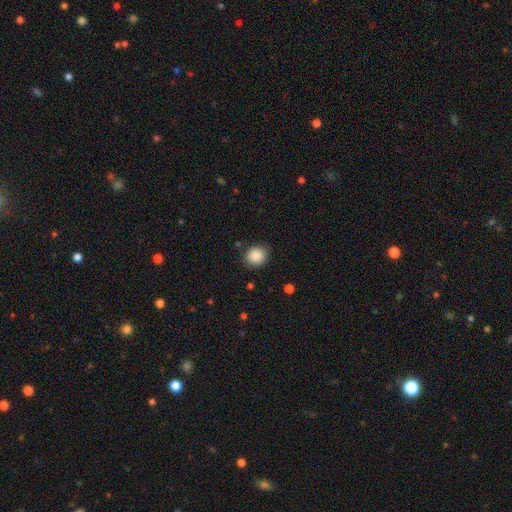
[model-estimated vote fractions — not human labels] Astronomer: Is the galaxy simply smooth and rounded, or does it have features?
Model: smooth — 88%.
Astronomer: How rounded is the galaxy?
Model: round — 80%.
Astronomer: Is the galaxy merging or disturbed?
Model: none — 87%.